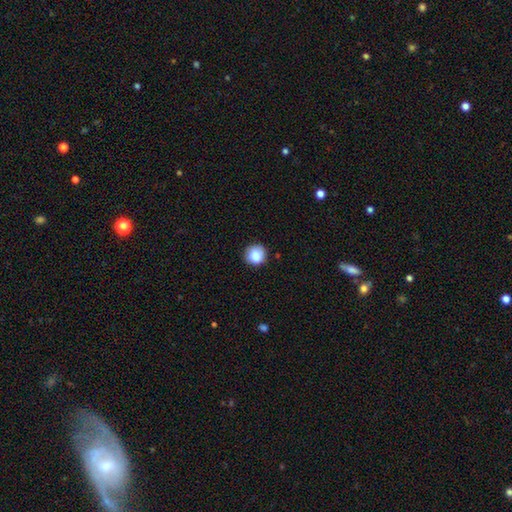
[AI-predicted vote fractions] Morphology: type=smooth (86%); roundness=round (89%); merging=none (83%).